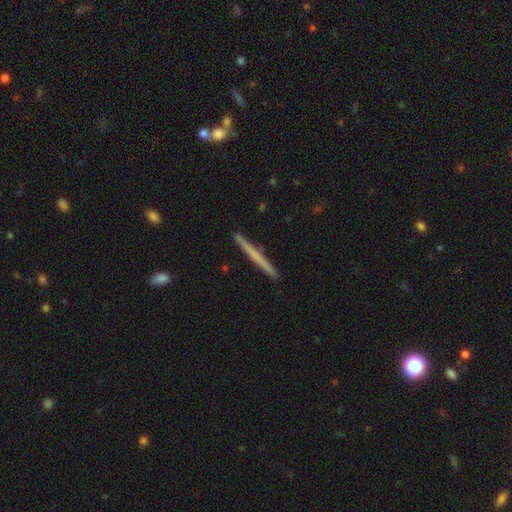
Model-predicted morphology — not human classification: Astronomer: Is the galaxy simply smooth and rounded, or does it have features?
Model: smooth — 50% (runner-up: featured or disk, 45%).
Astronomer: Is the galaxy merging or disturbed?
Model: none — 92%.